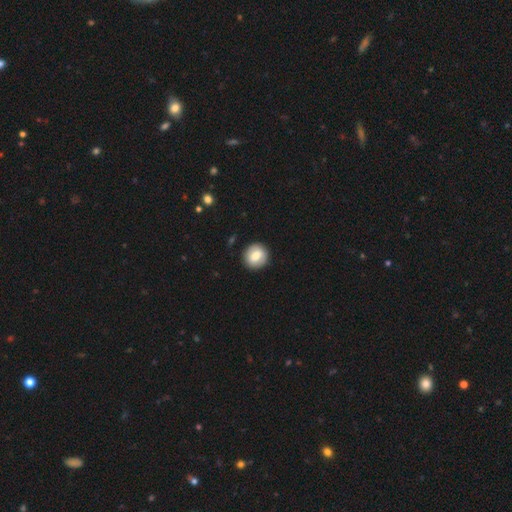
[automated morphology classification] smooth 75%, featured or disk 18%, star or artifact 7%. Down the decision tree: how rounded — round (86%); merging — none (90%).